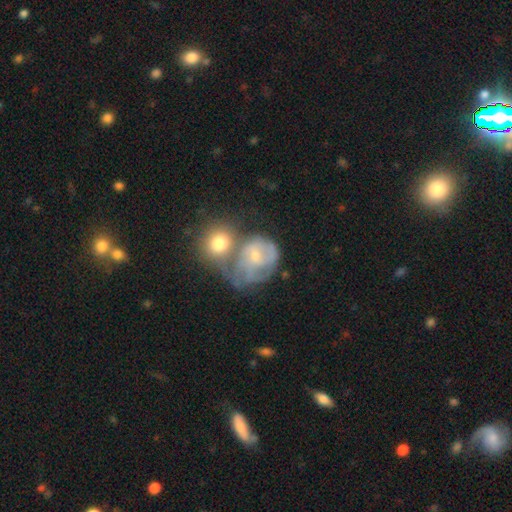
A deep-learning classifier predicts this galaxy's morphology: type=featured or disk (56%); edge-on=no (97%); bar=no (67%); spiral arms=yes (66%); bulge=small (58%); merging=merger (43%).